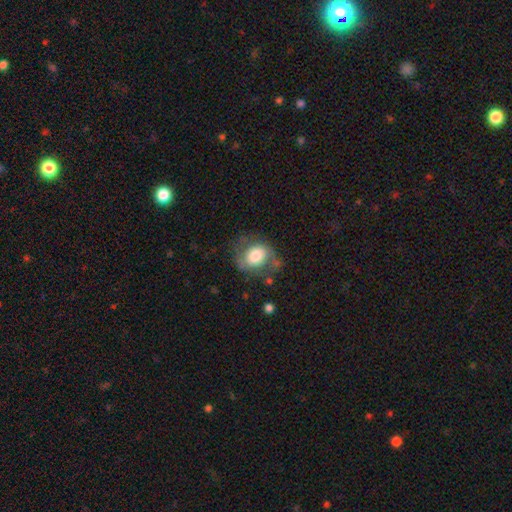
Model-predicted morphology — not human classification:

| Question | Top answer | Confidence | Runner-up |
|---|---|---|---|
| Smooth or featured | smooth | 64% | featured or disk (29%) |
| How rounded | round | 51% | in between (48%) |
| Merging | none | 58% | minor disturbance (23%) |